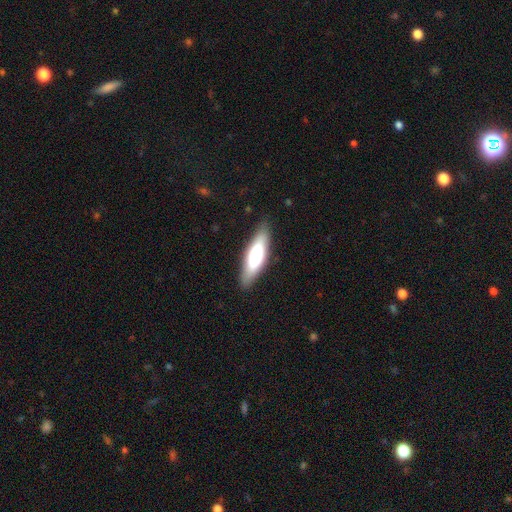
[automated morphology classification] Smooth or featured?
  - smooth: 67% *
  - featured or disk: 27%
  - star or artifact: 6%
How rounded?
  - cigar-shaped: 55% *
  - in between: 43%
  - round: 2%
Merging?
  - none: 84% *
  - minor disturbance: 12%
  - major disturbance: 3%
  - merger: 1%